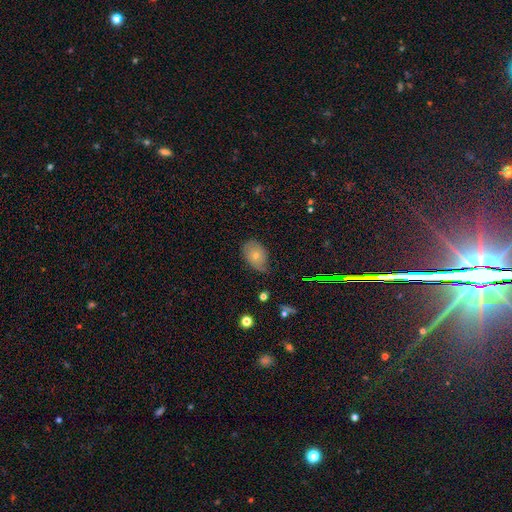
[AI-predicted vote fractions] The model was most divided on "merging": none: 54%, minor disturbance: 35%, major disturbance: 9%, merger: 2%. More confident: how rounded — in between (80%); smooth or featured — smooth (63%).